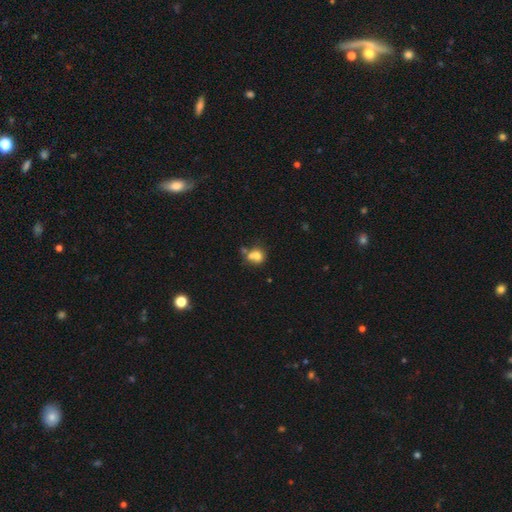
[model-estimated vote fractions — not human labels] Smooth or featured? smooth (73%)
How rounded? round (71%)
Merging? merger (43%)